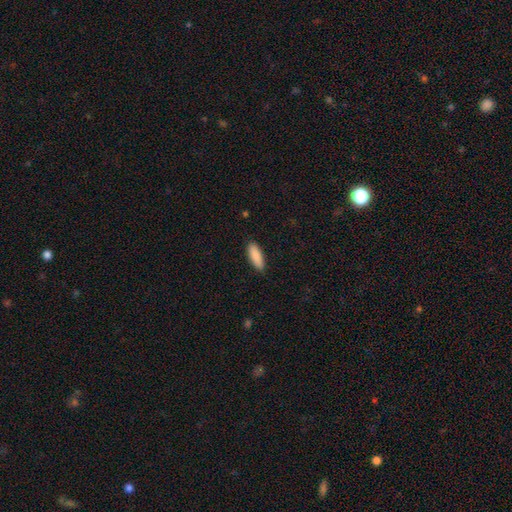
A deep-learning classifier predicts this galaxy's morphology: A smooth galaxy with no disk features (90%) that is in between round and cigar-shaped (60%).

Vote fractions:
- Smooth or featured? smooth: 90% / star or artifact: 6% / featured or disk: 5%
- How rounded? in between: 60% / cigar-shaped: 38% / round: 2%
- Merging? none: 88% / minor disturbance: 9% / major disturbance: 2% / merger: 1%